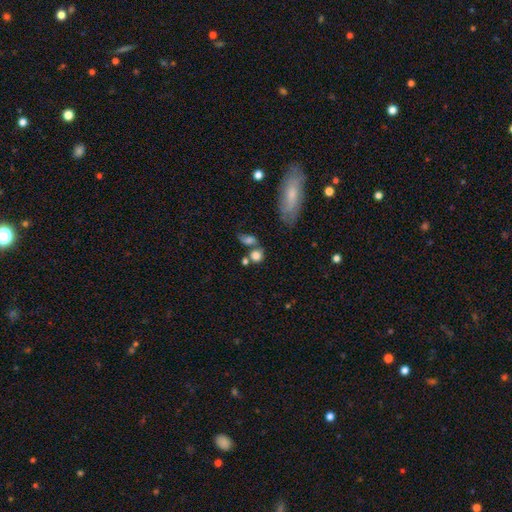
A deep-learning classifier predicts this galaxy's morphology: This is likely a smooth galaxy (77%). How rounded: likely round (71%). Merging: possibly none (46%).